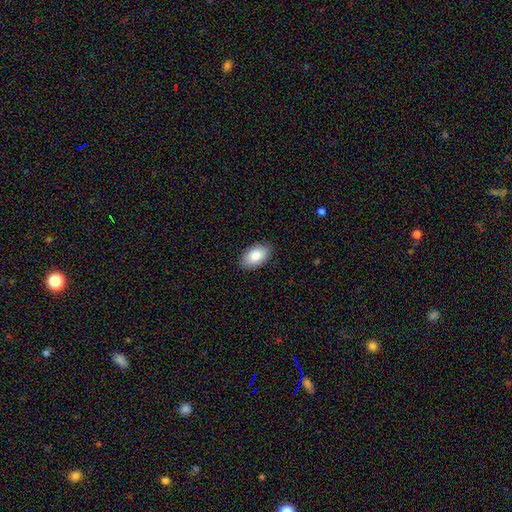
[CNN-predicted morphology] A smooth galaxy with no disk features (87%) that is in between round and cigar-shaped (95%). Merging: none (88%).